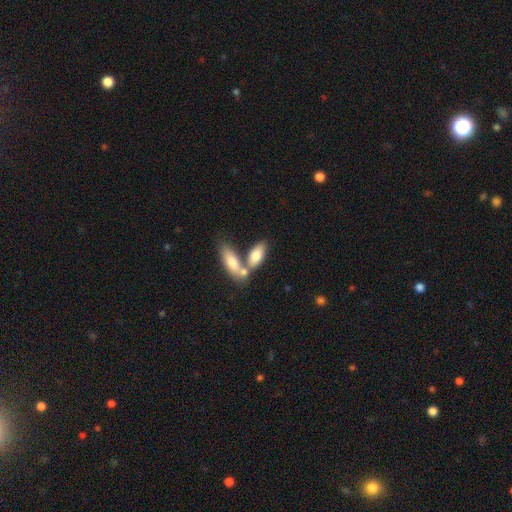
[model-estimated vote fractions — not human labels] Smooth or featured? Predicted: smooth (p=0.77). How rounded? Predicted: in between (p=0.80). Merging? Predicted: merger (p=0.52).